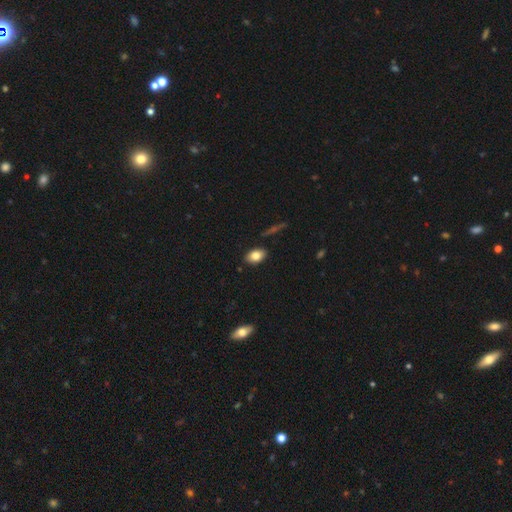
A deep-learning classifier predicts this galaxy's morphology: Smooth or featured? Predicted: smooth (p=0.82). How rounded? Predicted: in between (p=0.86). Merging? Predicted: none (p=0.86).